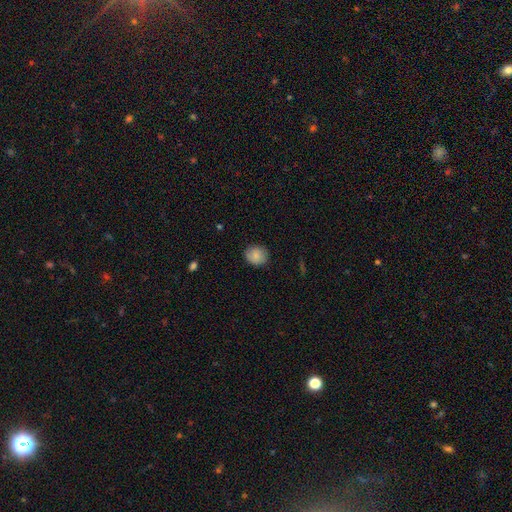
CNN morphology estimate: smooth_or_featured: smooth (p=0.84) [alt: featured or disk p=0.09]
how_rounded: round (p=0.77) [alt: in between p=0.22]
merging: none (p=0.84) [alt: minor disturbance p=0.12]